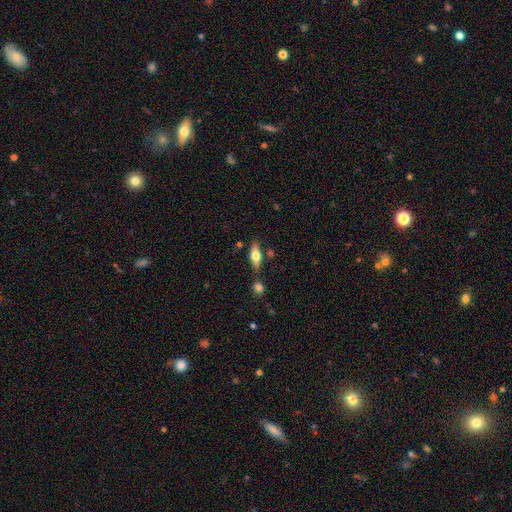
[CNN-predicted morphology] Q: Smooth or featured?
A: smooth (55%); runner-up: featured or disk (39%)
Q: How rounded?
A: in between (67%); runner-up: cigar-shaped (30%)
Q: Merging?
A: none (77%); runner-up: minor disturbance (13%)